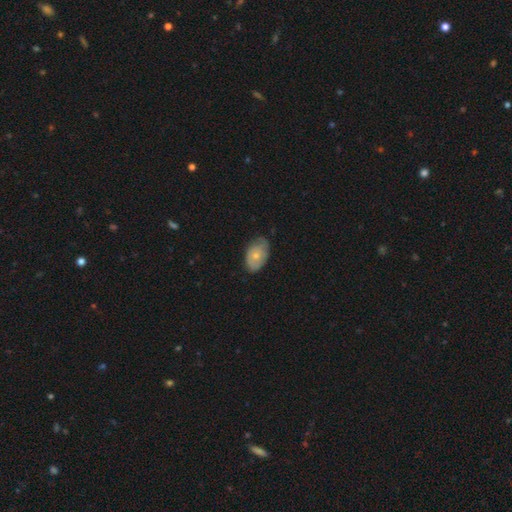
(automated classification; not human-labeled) Smooth or featured? Predicted: smooth (p=0.60). How rounded? Predicted: in between (p=0.86). Merging? Predicted: none (p=0.60).